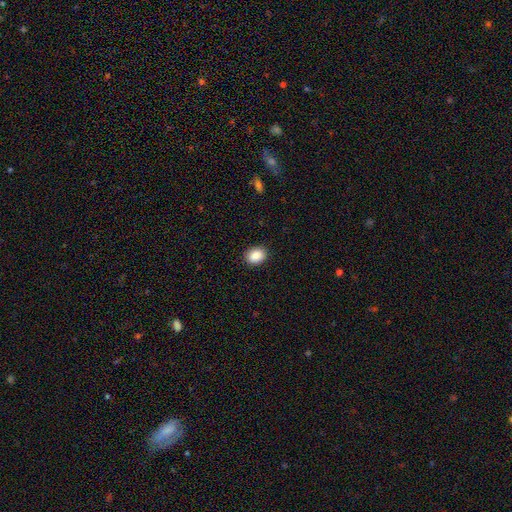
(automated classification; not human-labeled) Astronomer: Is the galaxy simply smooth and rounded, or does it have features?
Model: smooth — 89%.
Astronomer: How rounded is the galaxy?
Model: in between — 60% (runner-up: round, 39%).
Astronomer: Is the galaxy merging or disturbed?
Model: none — 90%.